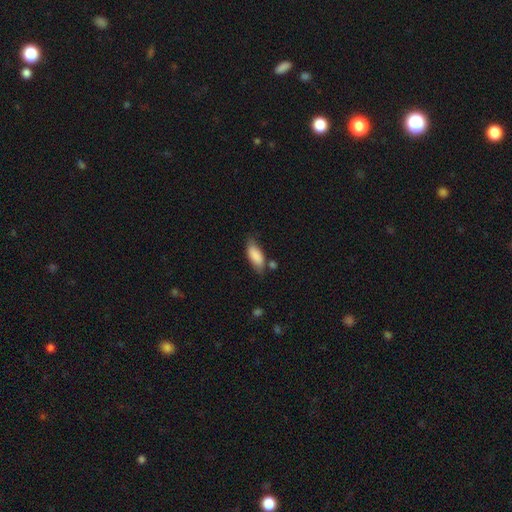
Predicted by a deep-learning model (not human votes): Morphology: type=smooth (85%); roundness=in between (81%); merging=none (60%).